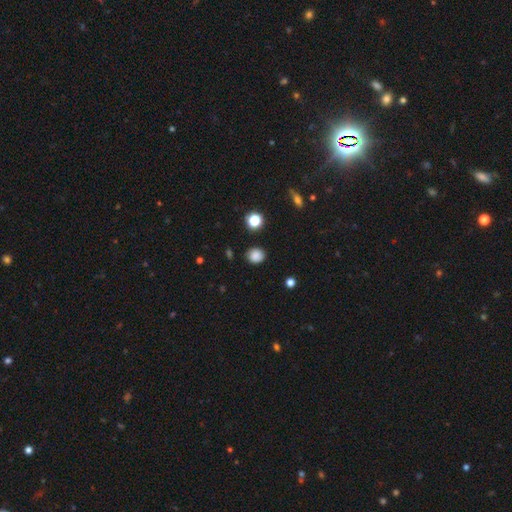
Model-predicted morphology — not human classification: This appears to be a smooth galaxy with no disk features (84%) that is round (72%). Merging: none (85%).